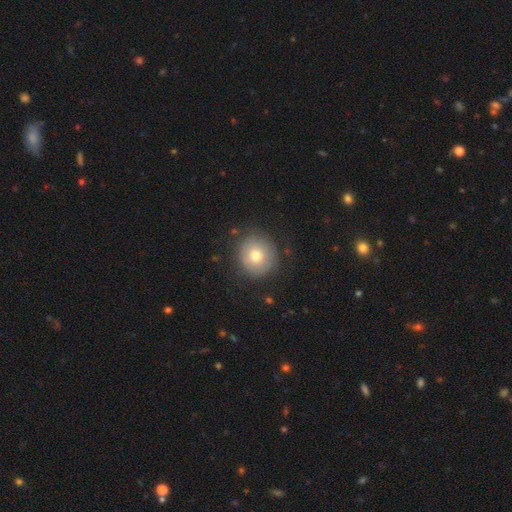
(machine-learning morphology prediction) A smooth galaxy with no disk features (72%) that is round (91%). Merging: none (83%).